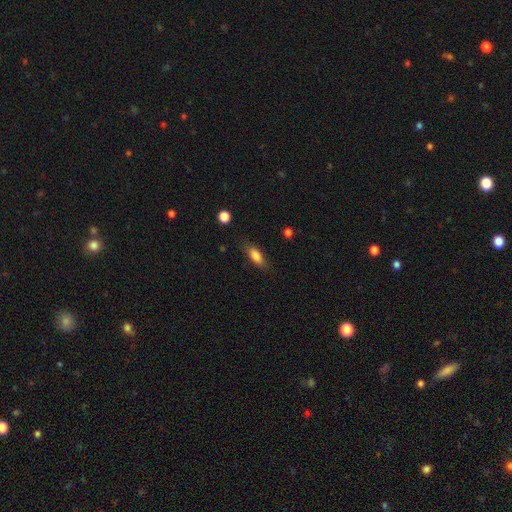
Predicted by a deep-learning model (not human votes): Smooth or featured? smooth (81%)
How rounded? in between (72%)
Merging? none (76%)